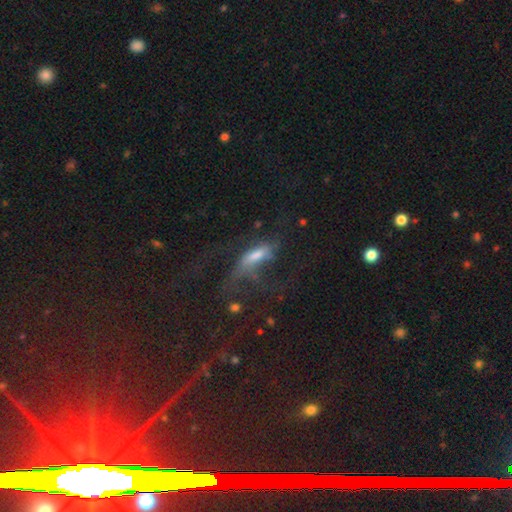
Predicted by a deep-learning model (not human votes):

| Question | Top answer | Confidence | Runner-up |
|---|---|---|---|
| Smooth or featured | featured or disk | 53% | smooth (31%) |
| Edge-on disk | no | 78% | yes (22%) |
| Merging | major disturbance | 46% | none (33%) |